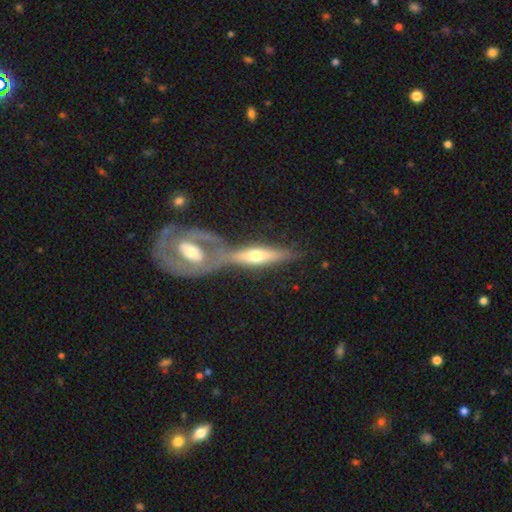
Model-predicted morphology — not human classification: Overall: featured or disk (62%; smooth 32%). Edge-on disk: yes (74%). Merging: merger (45%; none 37%).